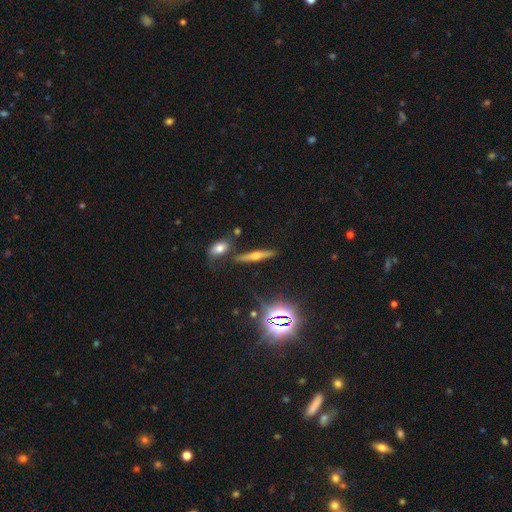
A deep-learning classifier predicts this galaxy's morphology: A featured or disk galaxy (53%) viewed edge-on (93%). Merging: none (81%).